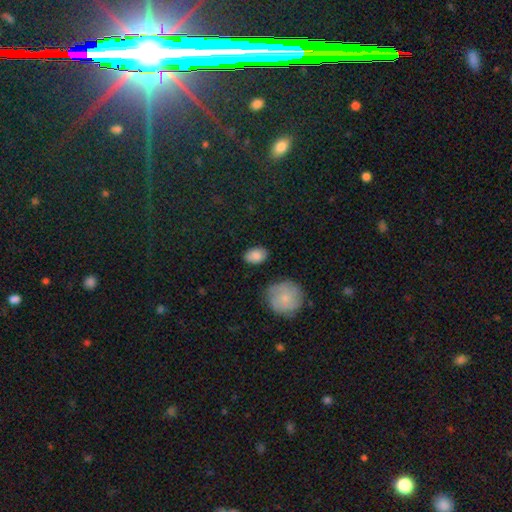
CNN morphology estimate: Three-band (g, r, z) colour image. It shows a smooth galaxy with no disk features (84%) that is in between round and cigar-shaped (85%). Merging: none (83%).